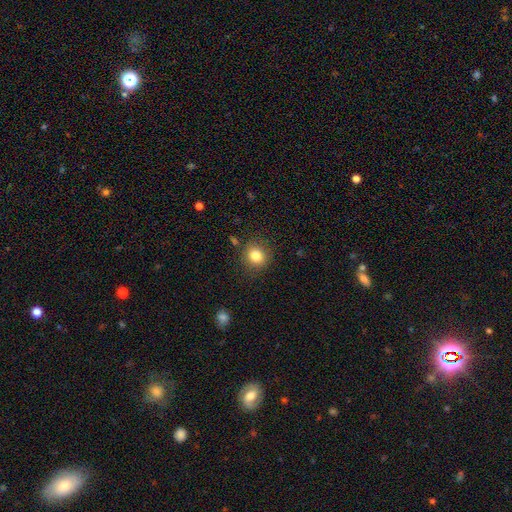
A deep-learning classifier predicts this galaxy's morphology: Smooth or featured? smooth (83%)
How rounded? round (81%)
Merging? none (85%)